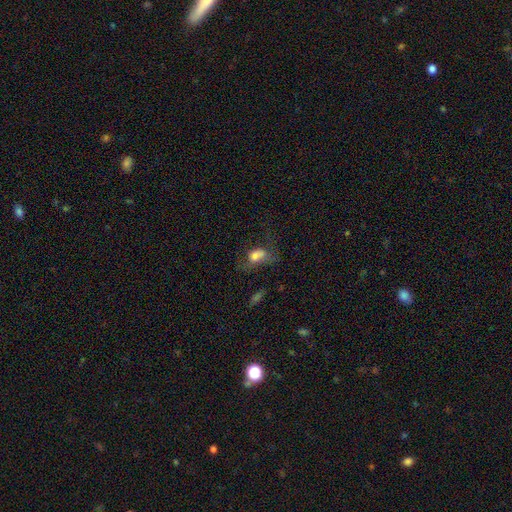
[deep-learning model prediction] A smooth galaxy with no disk features (64%) that is in between round and cigar-shaped (70%). Merging: major disturbance (35%).